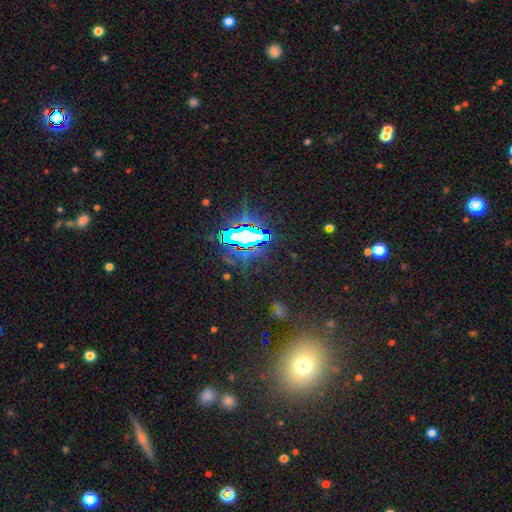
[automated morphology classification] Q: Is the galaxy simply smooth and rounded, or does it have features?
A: star or artifact — 61%.